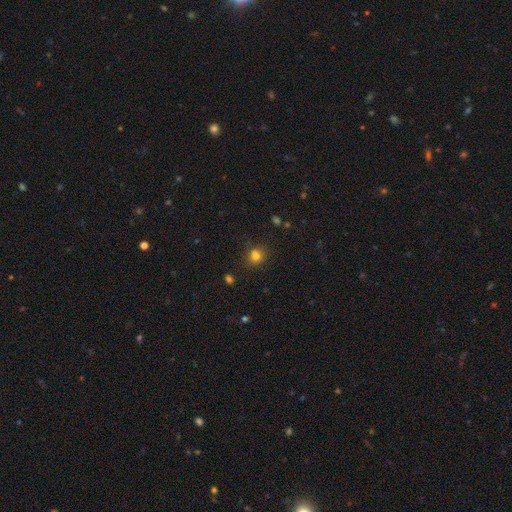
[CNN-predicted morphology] type=smooth (75%); roundness=round (71%); merging=none (66%).